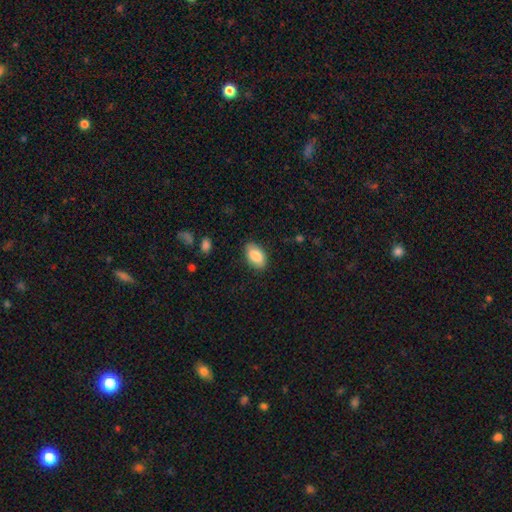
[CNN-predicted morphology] type=smooth (87%); roundness=in between (93%); merging=none (85%).